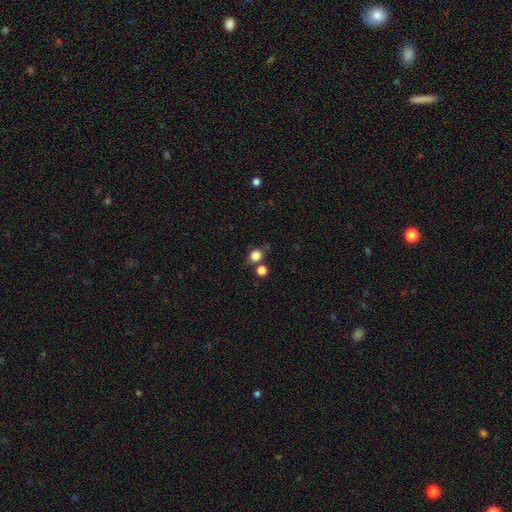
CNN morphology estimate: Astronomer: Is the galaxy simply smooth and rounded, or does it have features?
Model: smooth — 81%.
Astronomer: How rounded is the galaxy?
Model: round — 76%.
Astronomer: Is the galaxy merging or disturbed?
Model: none — 66%.